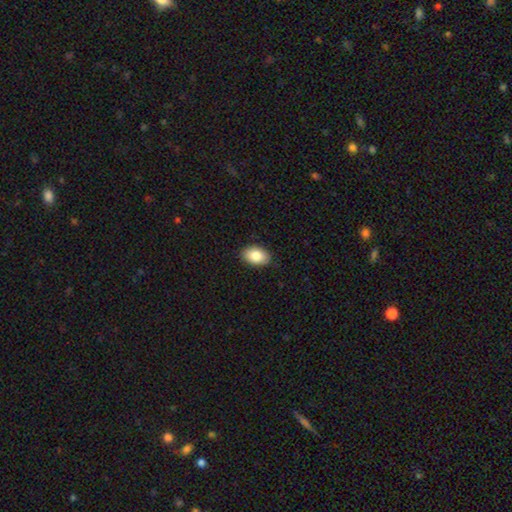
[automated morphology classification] smooth_or_featured: smooth (p=0.84) [alt: featured or disk p=0.08]
how_rounded: in between (p=0.88) [alt: round p=0.11]
merging: none (p=0.89) [alt: minor disturbance p=0.08]